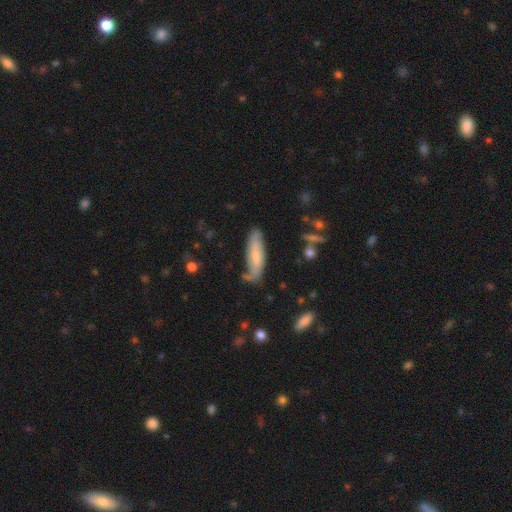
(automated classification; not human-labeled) Overall: smooth (49%; featured or disk 44%). Merging: none (60%; minor disturbance 27%).